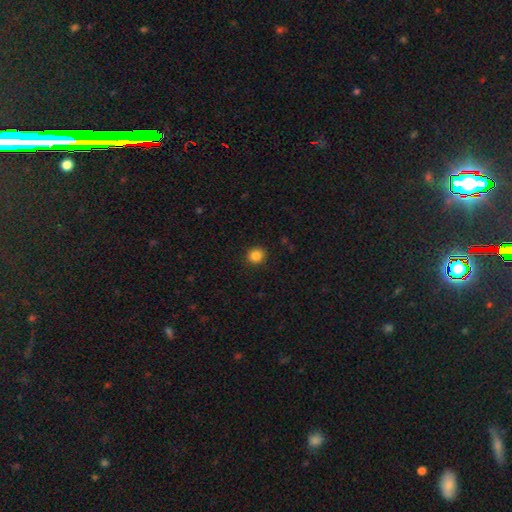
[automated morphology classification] Smooth or featured? Predicted: smooth (p=0.85). How rounded? Predicted: round (p=0.88). Merging? Predicted: none (p=0.91).